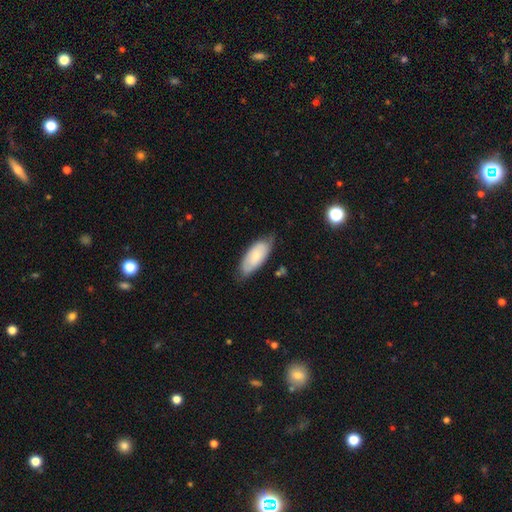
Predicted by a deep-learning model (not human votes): smooth_or_featured: smooth (p=0.70) [alt: featured or disk p=0.24]
how_rounded: in between (p=0.86) [alt: cigar-shaped p=0.13]
merging: none (p=0.70) [alt: minor disturbance p=0.25]